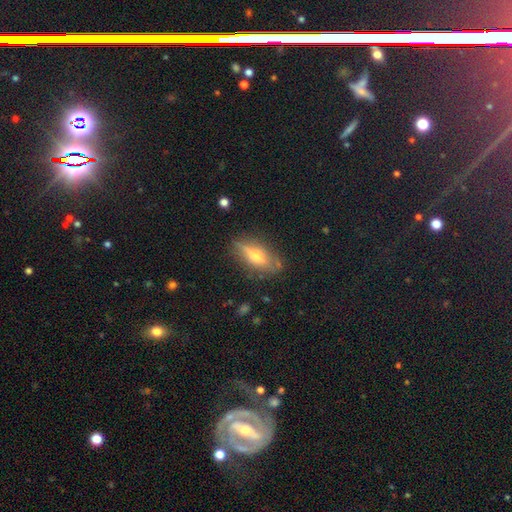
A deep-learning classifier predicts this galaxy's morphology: Smooth or featured? featured or disk (46%)
Merging? none (76%)